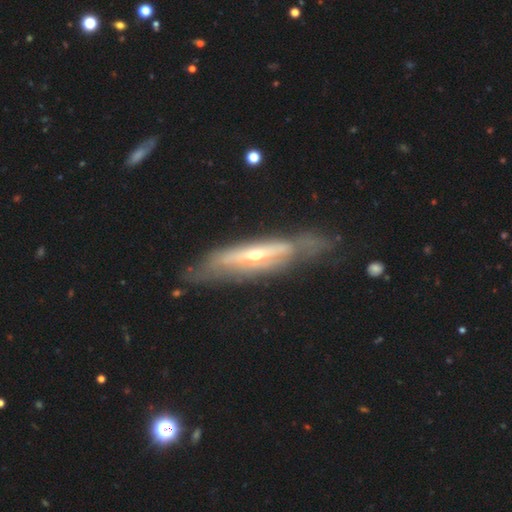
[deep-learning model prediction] This is likely a featured or disk galaxy (77%). It is possibly viewed edge-on (56%). Merging: likely none (62%).